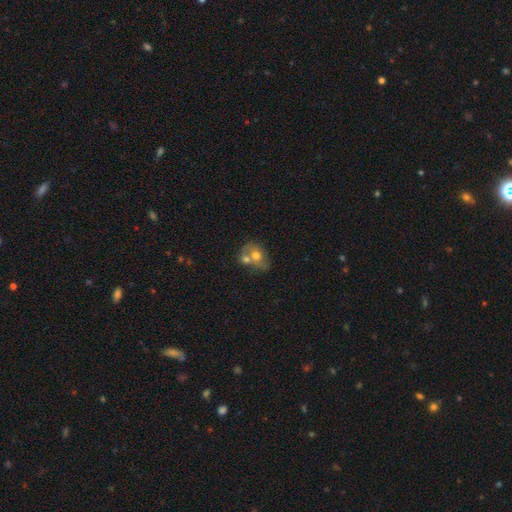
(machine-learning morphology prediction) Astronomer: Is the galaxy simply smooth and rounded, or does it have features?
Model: smooth — 61%.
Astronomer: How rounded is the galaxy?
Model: in between — 55% (runner-up: round, 44%).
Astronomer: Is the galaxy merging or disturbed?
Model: merger — 58%.